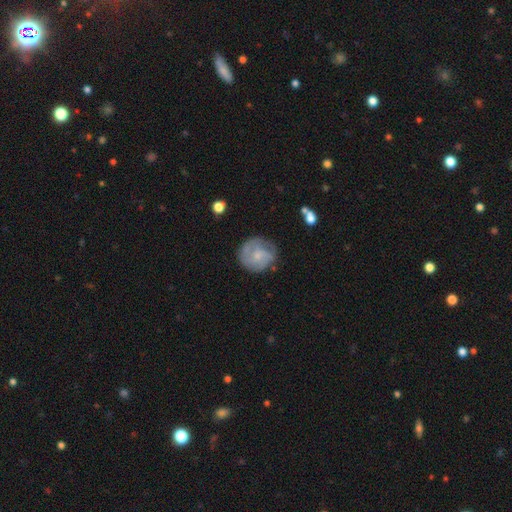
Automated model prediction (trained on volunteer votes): Q: Smooth or featured?
A: featured or disk (64%); runner-up: smooth (29%)
Q: Edge-on disk?
A: no (98%); runner-up: yes (2%)
Q: Bar?
A: no (62%); runner-up: weak (33%)
Q: Spiral arms?
A: yes (85%); runner-up: no (15%)
Q: Spiral winding?
A: tight (46%); runner-up: medium (39%)
Q: Spiral arm count?
A: 2 (40%); runner-up: can't tell (28%)
Q: Bulge size?
A: small (60%); runner-up: moderate (26%)
Q: Merging?
A: none (71%); runner-up: minor disturbance (19%)